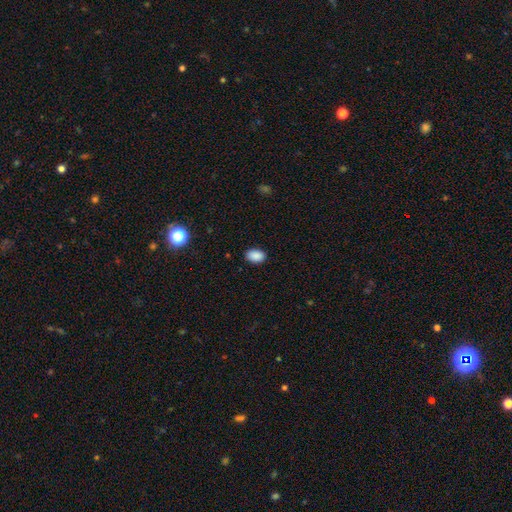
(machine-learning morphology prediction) Smooth or featured? smooth (89%)
How rounded? in between (86%)
Merging? none (88%)